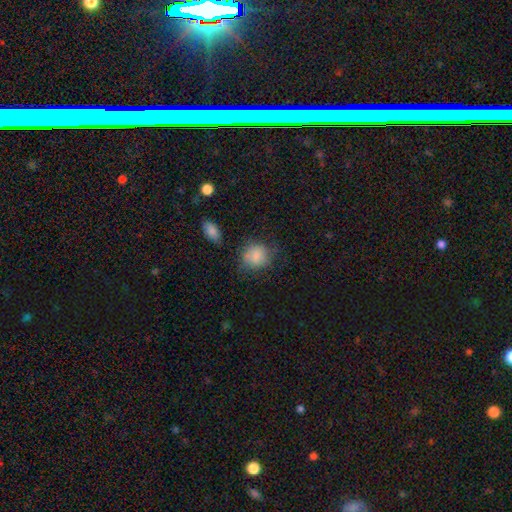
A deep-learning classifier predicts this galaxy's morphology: A smooth galaxy with no disk features (82%) that is round (76%).

Vote fractions:
- Smooth or featured? smooth: 82% / star or artifact: 9% / featured or disk: 9%
- How rounded? round: 76% / in between: 23% / cigar-shaped: 1%
- Merging? none: 65% / minor disturbance: 23% / major disturbance: 8% / merger: 4%